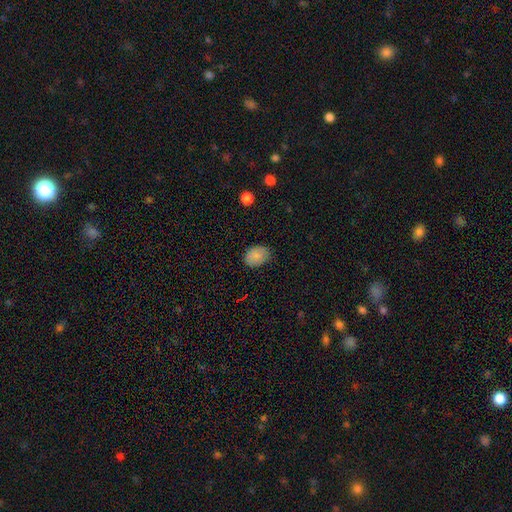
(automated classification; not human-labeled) Smooth or featured: smooth — 83% (star or artifact — 9%)
How rounded: in between — 71% (round — 28%)
Merging: none — 79% (minor disturbance — 17%)